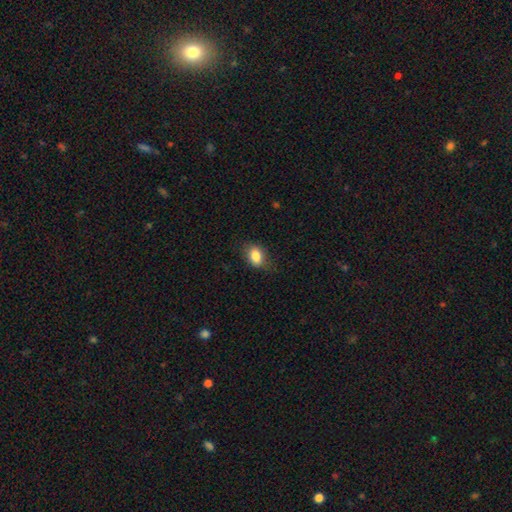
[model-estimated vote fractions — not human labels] A smooth galaxy with no disk features (83%) that is in between round and cigar-shaped (77%). Merging: none (73%).